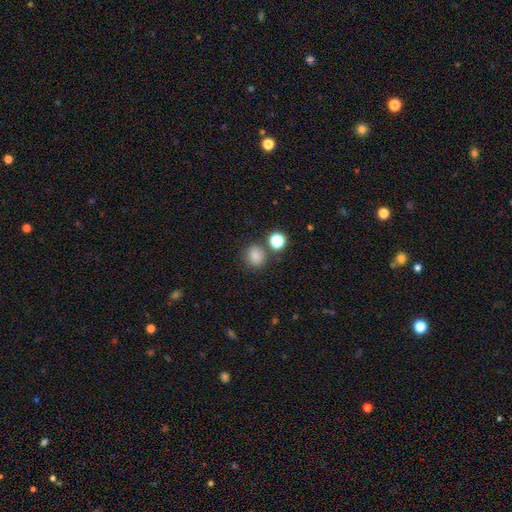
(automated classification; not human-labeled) Smooth or featured: smooth — 82% (star or artifact — 13%)
How rounded: round — 79% (in between — 20%)
Merging: none — 74% (merger — 11%)